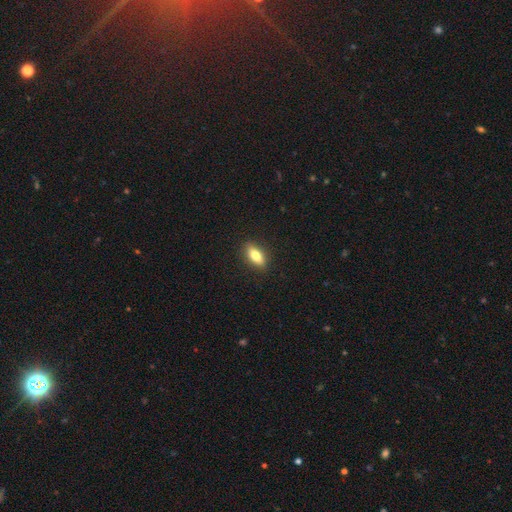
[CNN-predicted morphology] smooth_or_featured: smooth (p=0.74) [alt: featured or disk p=0.19]
how_rounded: in between (p=0.76) [alt: cigar-shaped p=0.20]
merging: none (p=0.90) [alt: minor disturbance p=0.08]